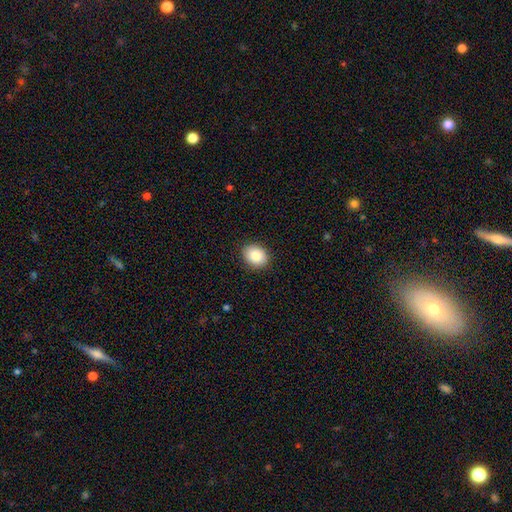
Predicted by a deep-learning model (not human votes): Smooth or featured? smooth (85%)
How rounded? in between (55%)
Merging? none (89%)